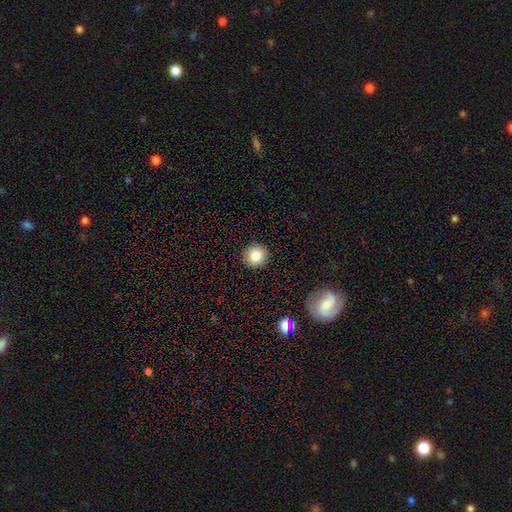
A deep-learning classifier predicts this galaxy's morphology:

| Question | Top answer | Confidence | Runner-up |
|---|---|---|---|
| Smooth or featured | smooth | 82% | star or artifact (10%) |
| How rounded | round | 94% | in between (5%) |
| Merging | none | 92% | minor disturbance (5%) |